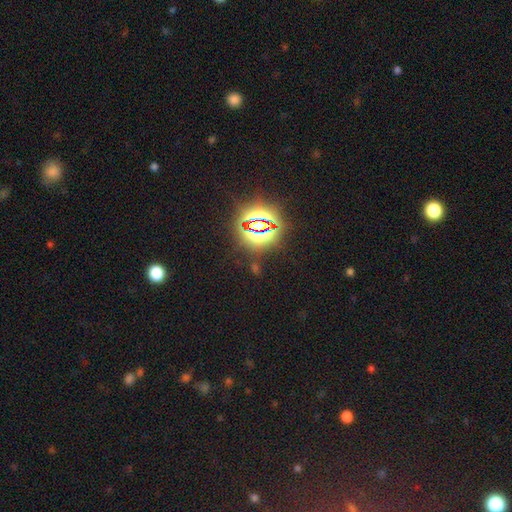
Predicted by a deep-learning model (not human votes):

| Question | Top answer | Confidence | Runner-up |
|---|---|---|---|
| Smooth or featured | star or artifact | 80% | smooth (12%) |